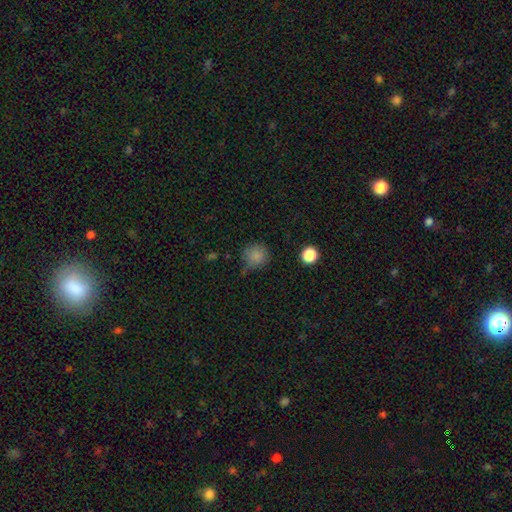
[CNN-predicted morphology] Q: Smooth or featured?
A: smooth (82%); runner-up: star or artifact (12%)
Q: How rounded?
A: round (89%); runner-up: in between (10%)
Q: Merging?
A: none (63%); runner-up: minor disturbance (25%)